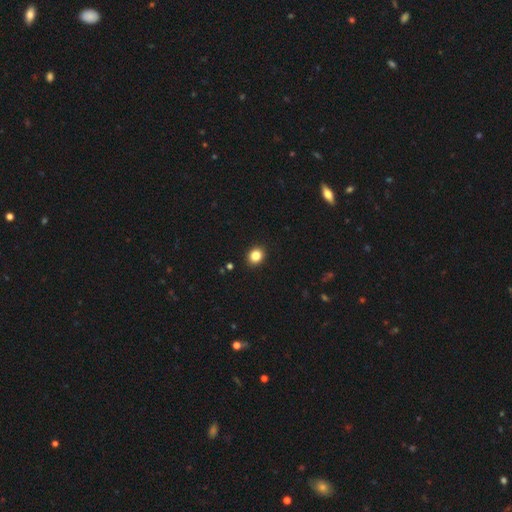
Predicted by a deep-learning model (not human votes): Smooth or featured?
  - smooth: 84% *
  - star or artifact: 11%
  - featured or disk: 5%
How rounded?
  - round: 68% *
  - in between: 31%
  - cigar-shaped: 1%
Merging?
  - none: 92% *
  - minor disturbance: 6%
  - major disturbance: 2%
  - merger: 1%